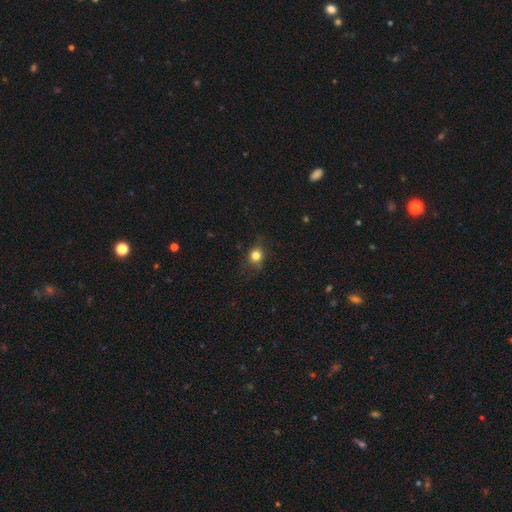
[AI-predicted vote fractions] Smooth or featured? smooth (79%)
How rounded? round (71%)
Merging? none (73%)